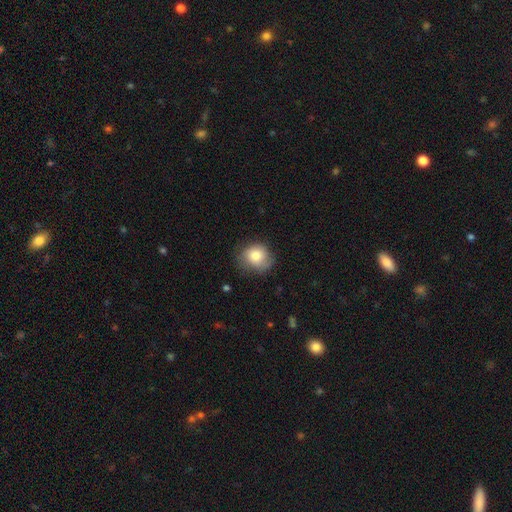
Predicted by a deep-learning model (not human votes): smooth_or_featured: smooth (p=0.80) [alt: featured or disk p=0.12]
how_rounded: round (p=0.73) [alt: in between p=0.26]
merging: none (p=0.66) [alt: minor disturbance p=0.25]